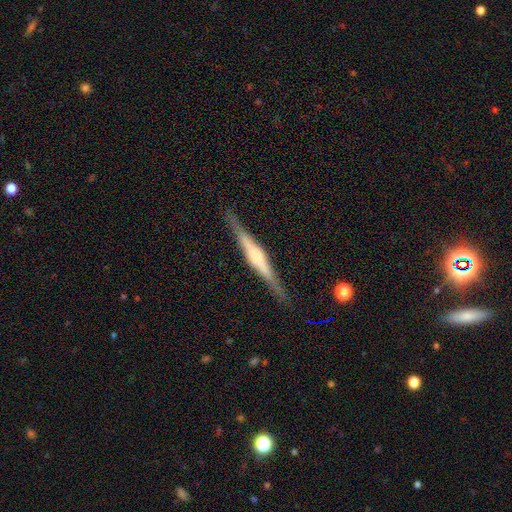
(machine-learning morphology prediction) Smooth or featured? Predicted: featured or disk (p=0.77). Edge-on disk? Predicted: yes (p=0.98). Edge-on bulge? Predicted: rounded (p=0.48). Merging? Predicted: none (p=0.89).